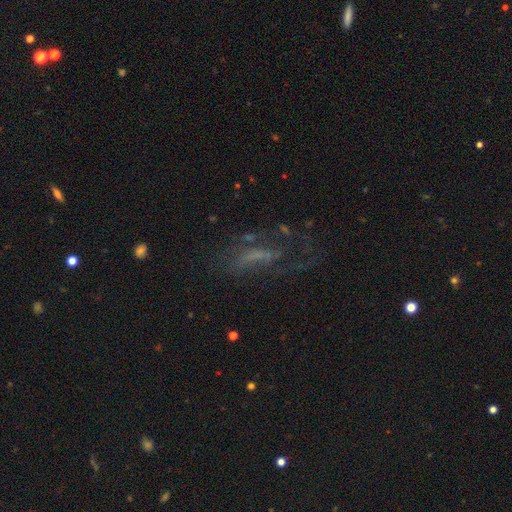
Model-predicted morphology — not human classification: This is possibly a featured or disk galaxy (53%). It is clearly not viewed edge-on (85%). Merging: marginally none (41%).